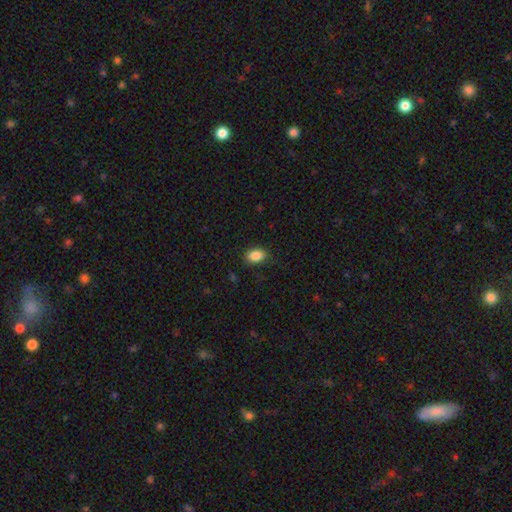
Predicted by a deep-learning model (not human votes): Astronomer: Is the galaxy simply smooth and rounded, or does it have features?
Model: smooth — 87%.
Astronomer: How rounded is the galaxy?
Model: in between — 83%.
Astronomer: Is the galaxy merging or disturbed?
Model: none — 85%.